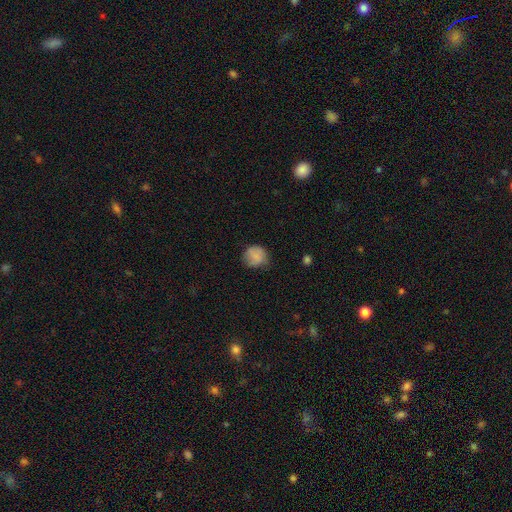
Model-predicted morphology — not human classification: smooth-or-featured: smooth: 78% | featured or disk: 14% | star or artifact: 9%
  how-rounded: round: 81% | in between: 18% | cigar-shaped: 1%
  merging: none: 63% | minor disturbance: 28% | major disturbance: 8% | merger: 1%